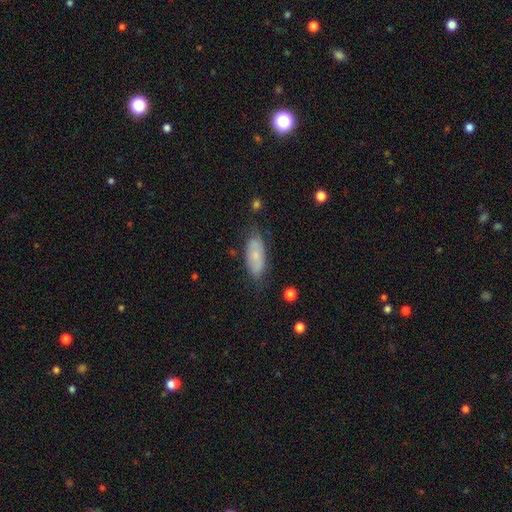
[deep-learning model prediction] smooth 64%, featured or disk 29%, star or artifact 7%. Down the decision tree: how rounded — in between (82%); merging — none (69%).